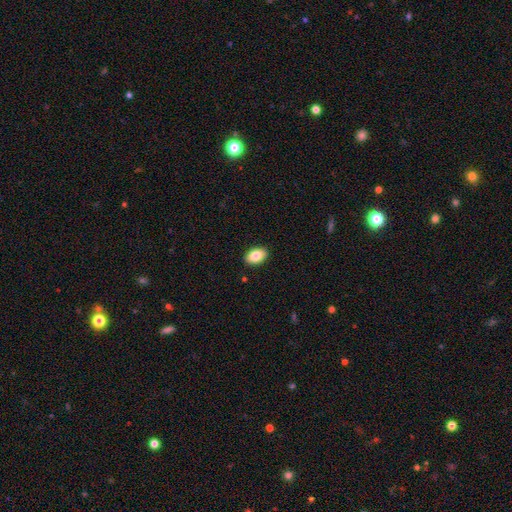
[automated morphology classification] The model was most divided on "smooth or featured": smooth: 85%, featured or disk: 8%, star or artifact: 7%. More confident: how rounded — in between (91%); merging — none (90%).